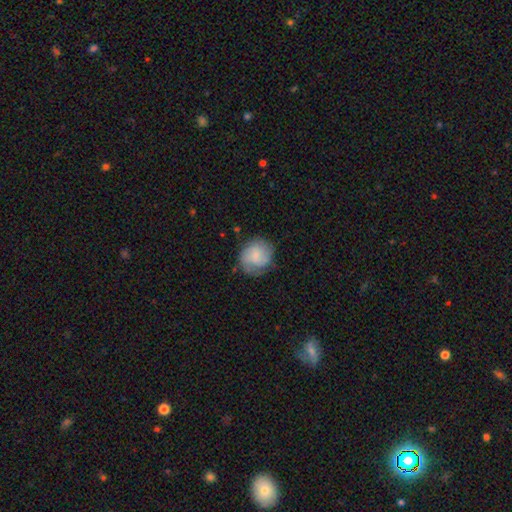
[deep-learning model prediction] This appears to be a smooth galaxy with no disk features (65%) that is round (83%). Merging: none (67%).